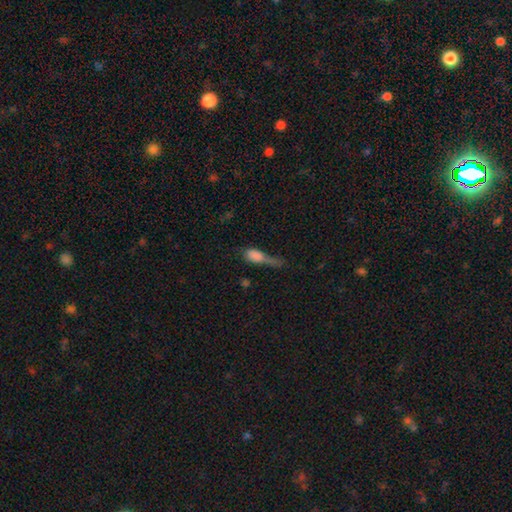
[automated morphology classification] Smooth or featured?
  - smooth: 72% *
  - featured or disk: 17%
  - star or artifact: 11%
How rounded?
  - in between: 70% *
  - cigar-shaped: 21%
  - round: 9%
Merging?
  - major disturbance: 40% *
  - minor disturbance: 23%
  - none: 21%
  - merger: 16%